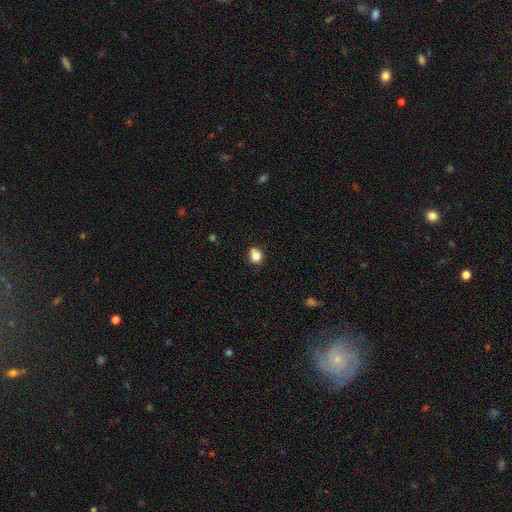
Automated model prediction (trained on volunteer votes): Q: Smooth or featured?
A: smooth (86%); runner-up: star or artifact (10%)
Q: How rounded?
A: round (53%); runner-up: in between (46%)
Q: Merging?
A: none (76%); runner-up: minor disturbance (19%)